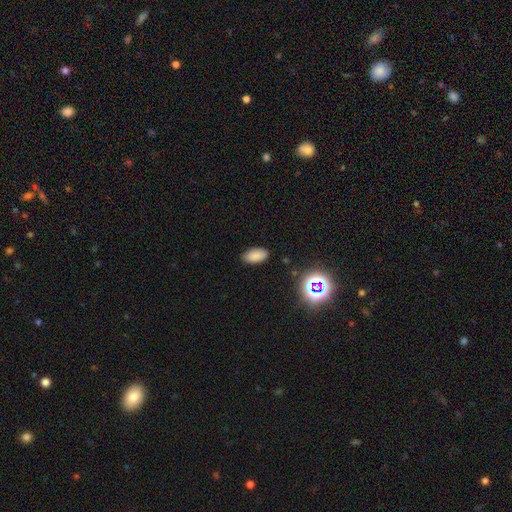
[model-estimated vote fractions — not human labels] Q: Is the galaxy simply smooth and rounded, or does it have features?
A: smooth — 82%.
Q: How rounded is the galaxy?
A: in between — 93%.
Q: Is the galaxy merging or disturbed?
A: none — 87%.